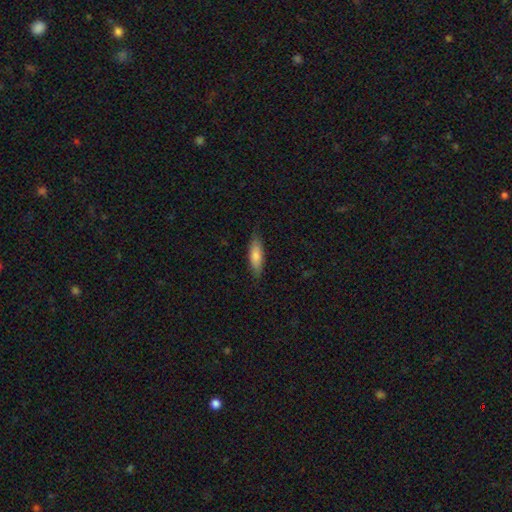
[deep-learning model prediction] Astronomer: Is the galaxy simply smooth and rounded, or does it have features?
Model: smooth — 78%.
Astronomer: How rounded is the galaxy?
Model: cigar-shaped — 52% (runner-up: in between, 47%).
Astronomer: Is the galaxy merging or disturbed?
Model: none — 84%.